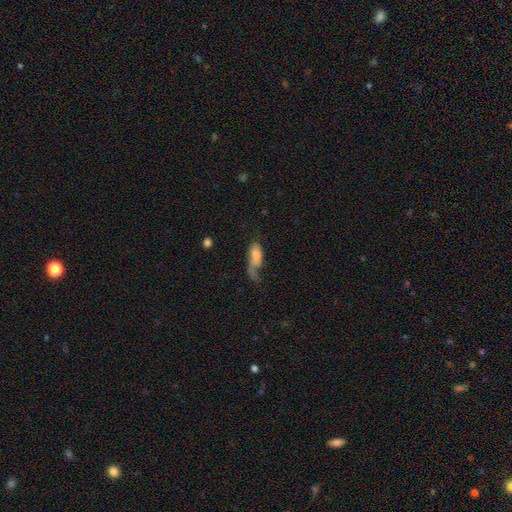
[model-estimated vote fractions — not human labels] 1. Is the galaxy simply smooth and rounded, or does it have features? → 62% smooth, 29% featured or disk, 9% star or artifact.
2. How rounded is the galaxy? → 79% in between, 16% cigar-shaped, 5% round.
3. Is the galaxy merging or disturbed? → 49% major disturbance, 21% none, 20% minor disturbance, 10% merger.